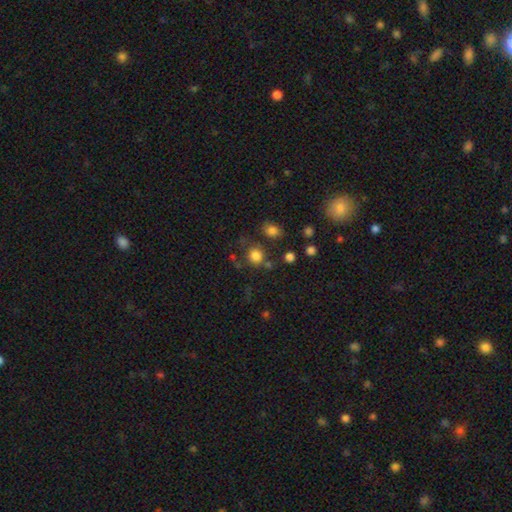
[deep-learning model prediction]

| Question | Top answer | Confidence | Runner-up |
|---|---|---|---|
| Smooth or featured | smooth | 80% | star or artifact (14%) |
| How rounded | round | 82% | in between (17%) |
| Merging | none | 70% | minor disturbance (13%) |